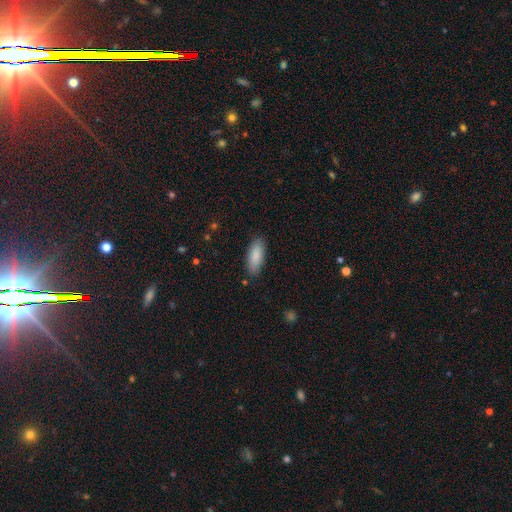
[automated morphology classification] smooth_or_featured: smooth (p=0.87) [alt: featured or disk p=0.07]
how_rounded: in between (p=0.74) [alt: cigar-shaped p=0.24]
merging: none (p=0.85) [alt: minor disturbance p=0.11]